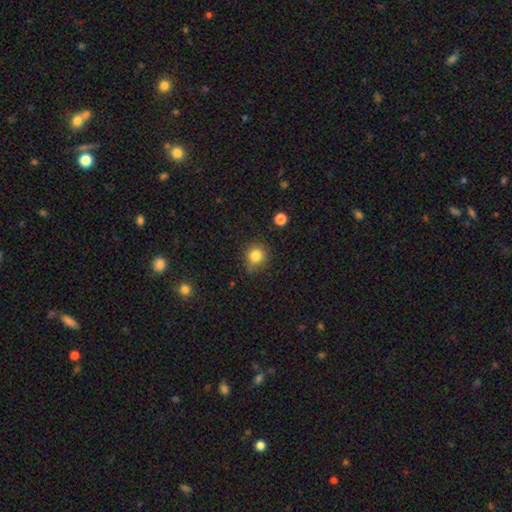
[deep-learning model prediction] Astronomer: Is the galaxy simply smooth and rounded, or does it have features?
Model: smooth — 83%.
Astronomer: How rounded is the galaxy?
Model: round — 89%.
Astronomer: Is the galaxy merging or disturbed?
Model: none — 74%.